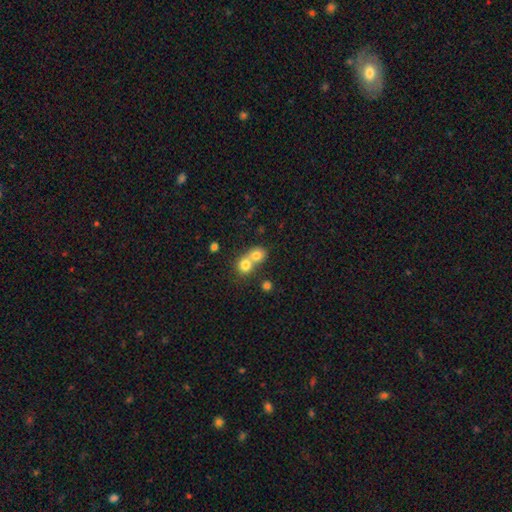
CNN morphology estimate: Overall: smooth (71%). How rounded: round (79%). Merging: merger (62%; none 31%).